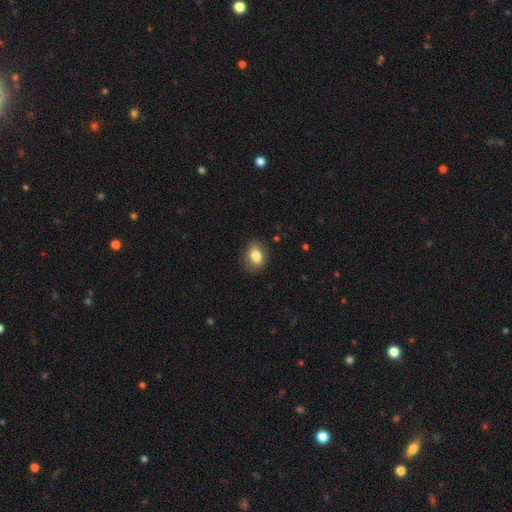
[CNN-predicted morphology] smooth_or_featured: smooth (p=0.82) [alt: featured or disk p=0.10]
how_rounded: in between (p=0.66) [alt: round p=0.33]
merging: none (p=0.83) [alt: minor disturbance p=0.12]